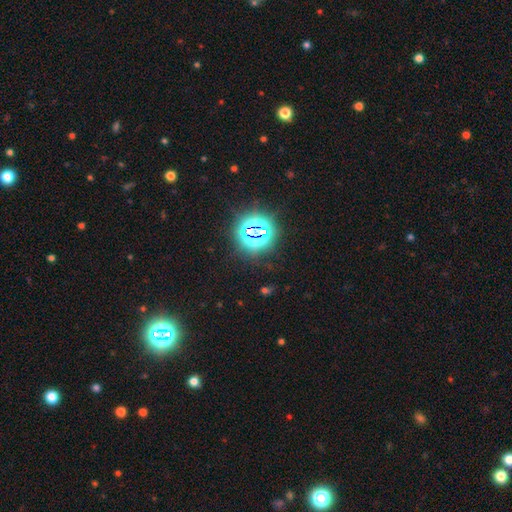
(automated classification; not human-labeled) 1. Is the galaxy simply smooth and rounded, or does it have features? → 82% star or artifact, 13% smooth, 6% featured or disk.